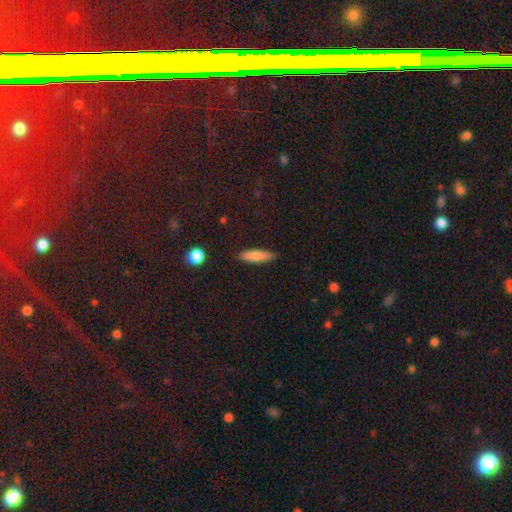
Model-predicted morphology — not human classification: This appears to be a smooth galaxy with no disk features (81%) that is cigar-shaped (71%). Merging: none (86%).